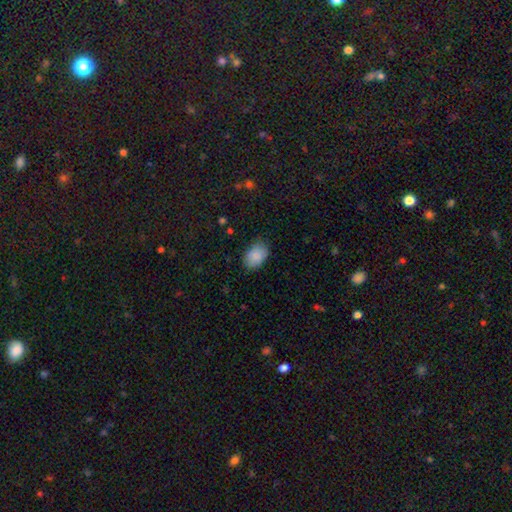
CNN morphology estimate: Overall: smooth (89%). How rounded: in between (87%). Merging: none (82%).